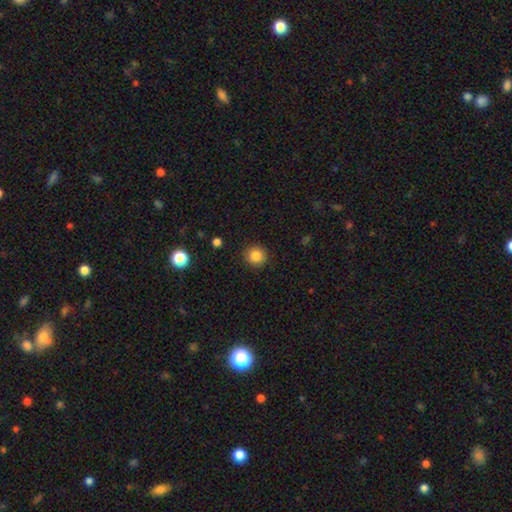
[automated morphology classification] Smooth or featured? smooth (85%)
How rounded? round (94%)
Merging? none (91%)